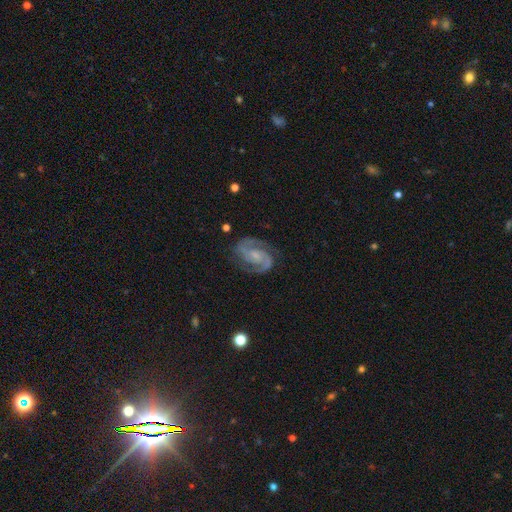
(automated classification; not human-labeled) This is clearly a featured or disk galaxy (92%). It is clearly not viewed edge-on (98%). Bar: possibly no (45%). Spiral arm pattern: clearly yes (98%). Spiral arm count: clearly 2 (93%). Spiral winding: possibly medium (55%). Central bulge: possibly small (53%). Merging: clearly none (81%).